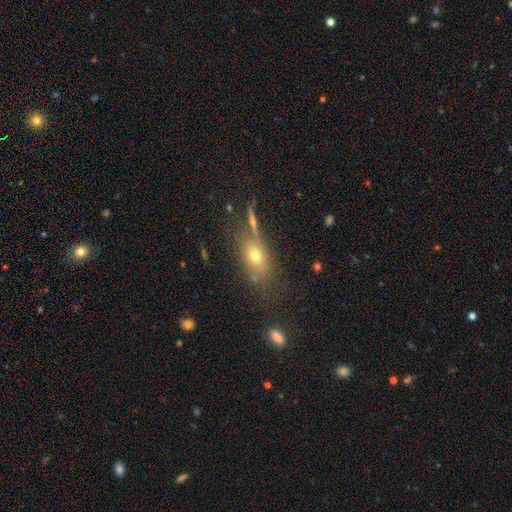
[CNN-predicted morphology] Overall: smooth (60%; featured or disk 23%). How rounded: in between (71%). Merging: none (64%).